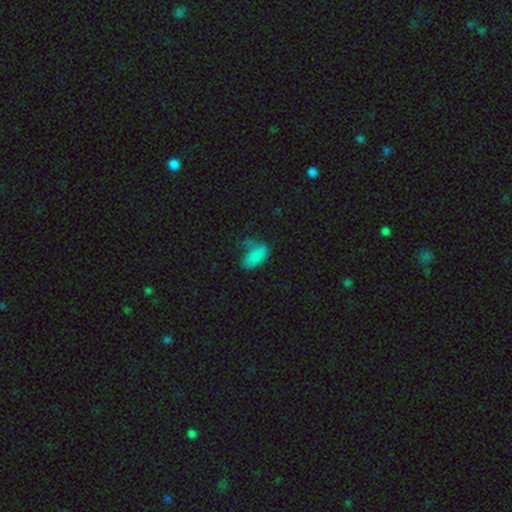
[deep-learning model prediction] Overall: smooth (80%). How rounded: in between (91%). Merging: none (42%; minor disturbance 27%).